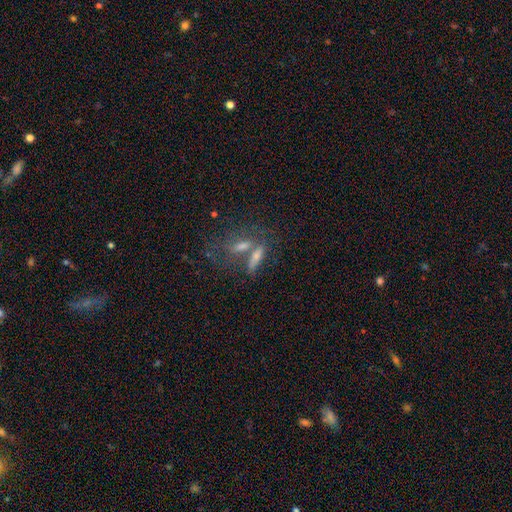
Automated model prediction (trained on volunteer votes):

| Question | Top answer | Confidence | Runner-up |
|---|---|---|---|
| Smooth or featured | smooth | 47% | featured or disk (37%) |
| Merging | merger | 42% | none (39%) |